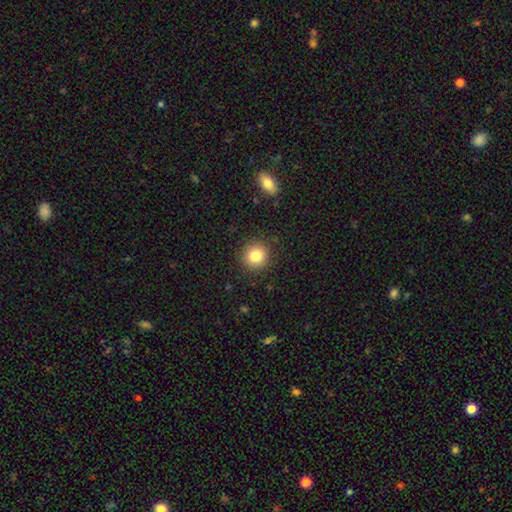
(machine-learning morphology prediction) Overall: smooth (82%). How rounded: round (92%). Merging: none (91%).